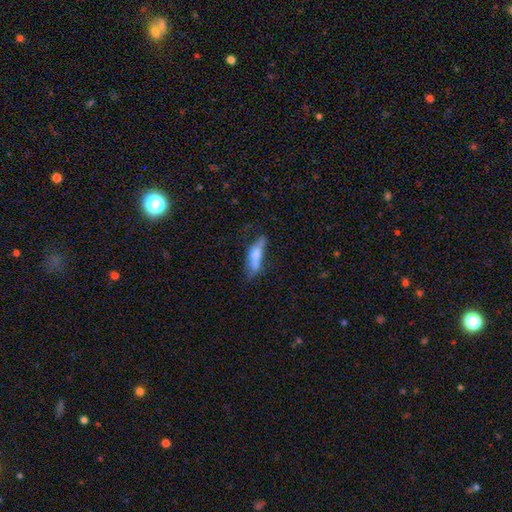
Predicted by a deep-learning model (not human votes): Smooth or featured? Predicted: smooth (p=0.68). How rounded? Predicted: cigar-shaped (p=0.54). Merging? Predicted: none (p=0.45).